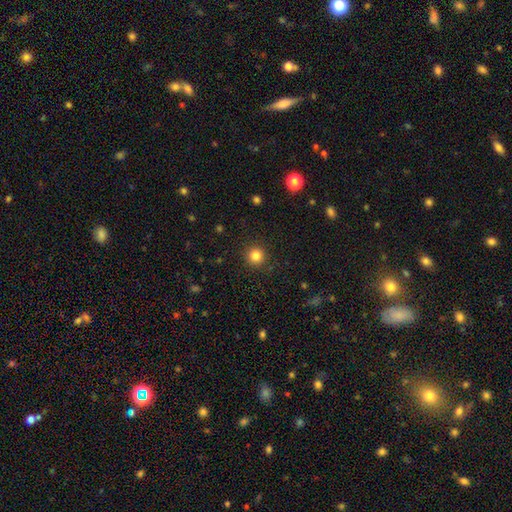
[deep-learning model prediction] This is clearly a smooth galaxy (83%). How rounded: clearly round (95%). Merging: clearly none (91%).